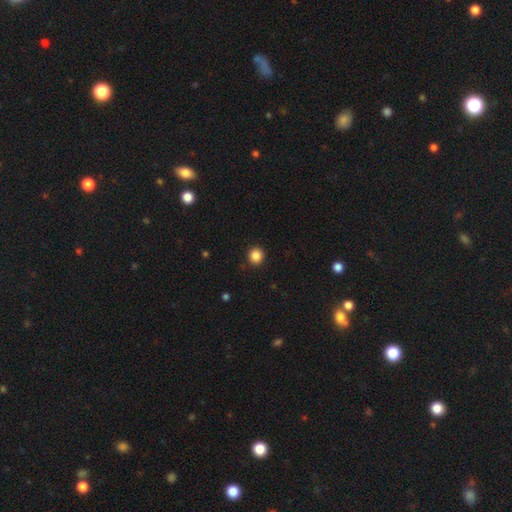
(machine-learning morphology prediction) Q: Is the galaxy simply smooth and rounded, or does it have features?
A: smooth — 86%.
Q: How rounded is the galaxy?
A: round — 92%.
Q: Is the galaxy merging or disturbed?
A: none — 92%.